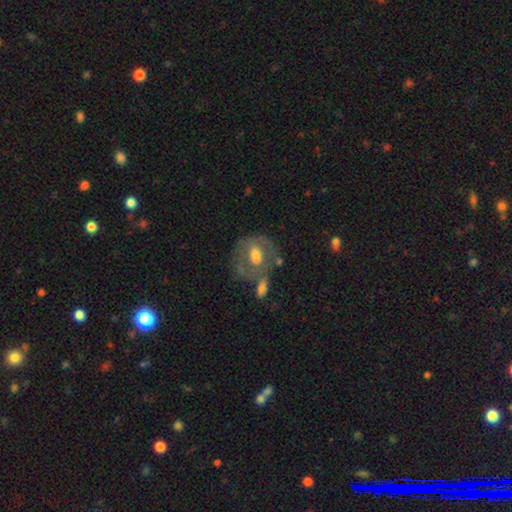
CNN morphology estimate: This is possibly a featured or disk galaxy (57%). It is clearly not viewed edge-on (95%). Bar: possibly no (54%). Spiral arm pattern: likely no (64%). Central bulge: possibly moderate (58%). Merging: possibly none (47%).